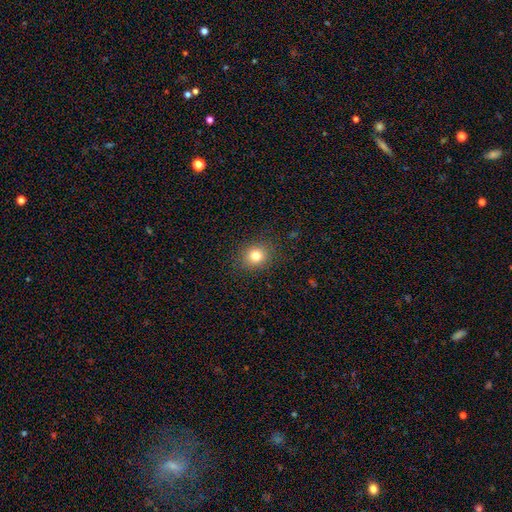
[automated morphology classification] Q: Smooth or featured?
A: smooth (80%); runner-up: star or artifact (13%)
Q: How rounded?
A: round (79%); runner-up: in between (20%)
Q: Merging?
A: none (88%); runner-up: minor disturbance (8%)